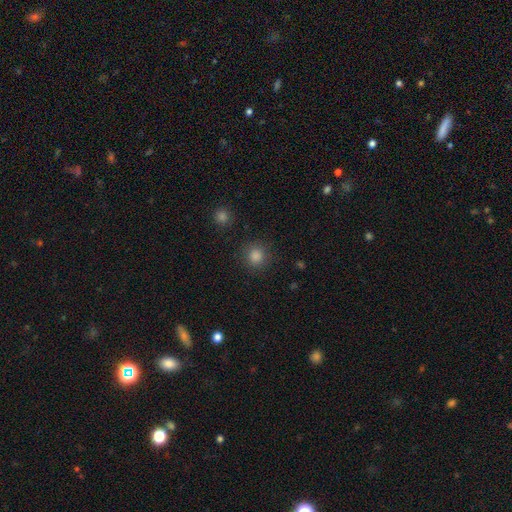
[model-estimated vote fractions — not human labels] smooth_or_featured: smooth (p=0.83) [alt: star or artifact p=0.13]
how_rounded: round (p=0.92) [alt: in between p=0.07]
merging: none (p=0.88) [alt: minor disturbance p=0.07]